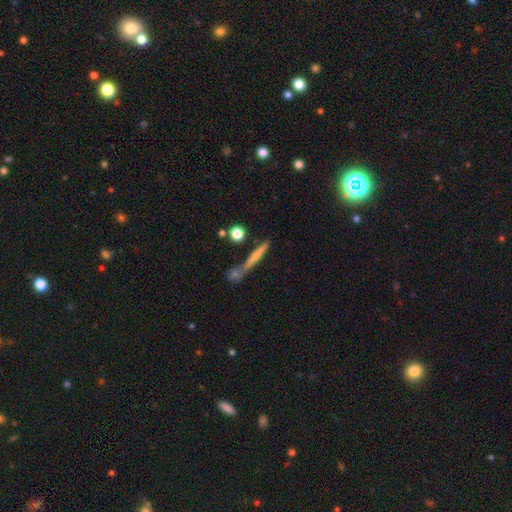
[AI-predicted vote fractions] This appears to be a smooth galaxy with no disk features (47%). Merging: none (63%).